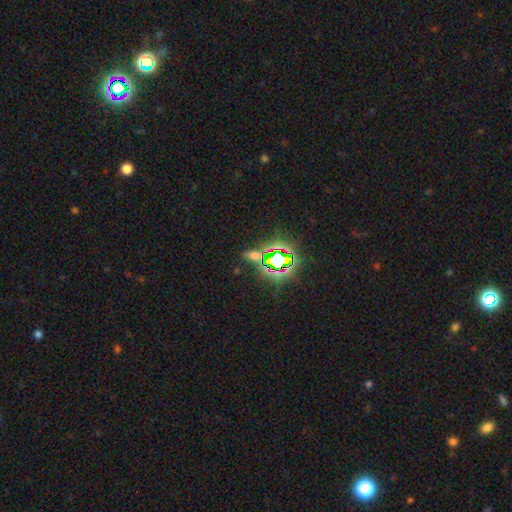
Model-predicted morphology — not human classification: smooth-or-featured: star or artifact: 57% | smooth: 32% | featured or disk: 11%